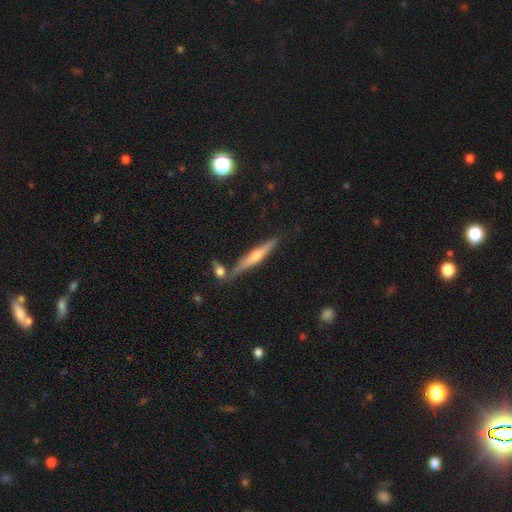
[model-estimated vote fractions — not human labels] A featured or disk galaxy (62%) viewed edge-on (96%) with a rounded central bulge (85%). Merging: none (75%).